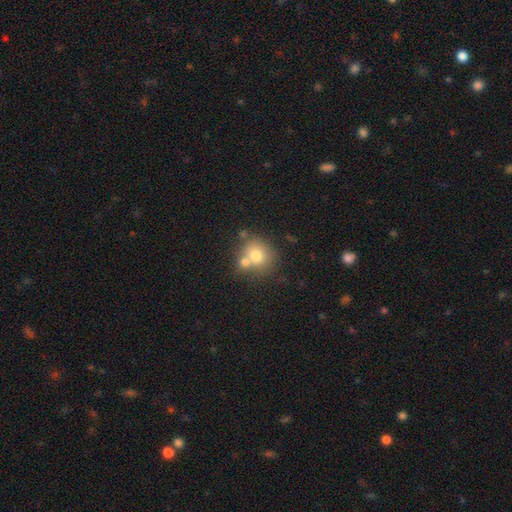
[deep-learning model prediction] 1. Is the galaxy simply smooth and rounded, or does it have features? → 72% smooth, 16% featured or disk, 11% star or artifact.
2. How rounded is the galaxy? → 77% round, 22% in between, 1% cigar-shaped.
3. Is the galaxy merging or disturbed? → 44% none, 41% merger, 10% minor disturbance, 4% major disturbance.